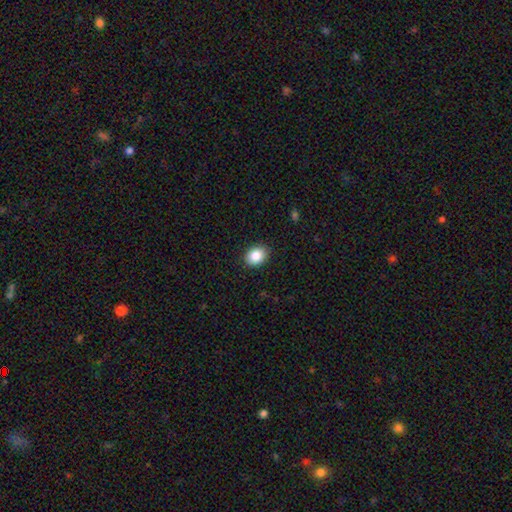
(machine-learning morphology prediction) Smooth or featured?
  - smooth: 86% *
  - star or artifact: 9%
  - featured or disk: 5%
How rounded?
  - in between: 56% *
  - round: 43%
  - cigar-shaped: 1%
Merging?
  - none: 89% *
  - minor disturbance: 8%
  - major disturbance: 2%
  - merger: 1%